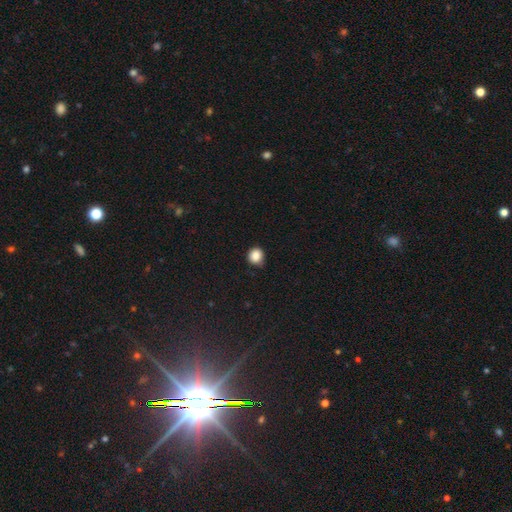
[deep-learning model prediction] smooth 86%, star or artifact 10%, featured or disk 4%. Down the decision tree: how rounded — round (87%); merging — none (76%).